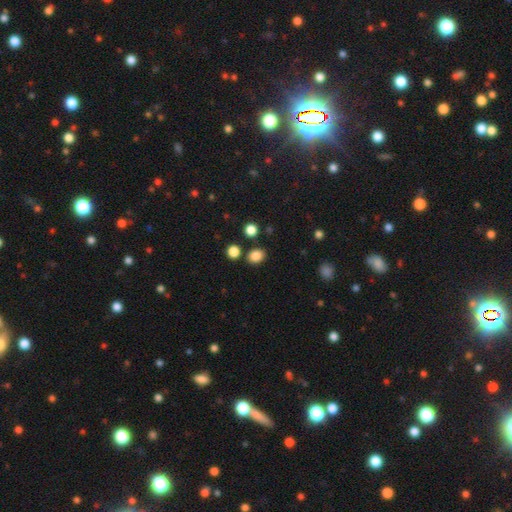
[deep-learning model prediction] A smooth galaxy with no disk features (84%) that is round (53%).

Vote fractions:
- Smooth or featured? smooth: 84% / star or artifact: 12% / featured or disk: 4%
- How rounded? round: 53% / in between: 46% / cigar-shaped: 1%
- Merging? none: 81% / minor disturbance: 10% / merger: 7% / major disturbance: 3%